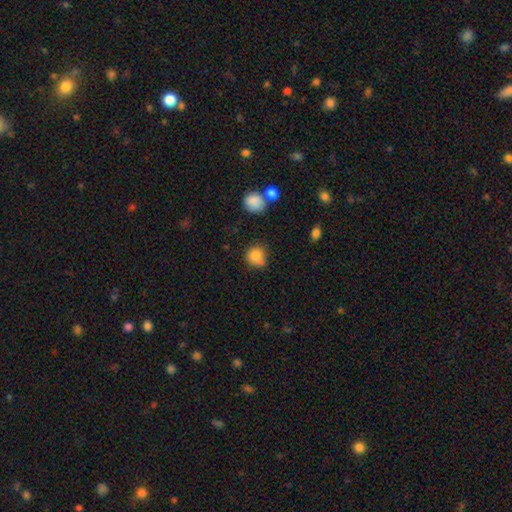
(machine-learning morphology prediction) Smooth or featured: smooth — 82% (star or artifact — 11%)
How rounded: round — 81% (in between — 18%)
Merging: none — 57% (minor disturbance — 28%)